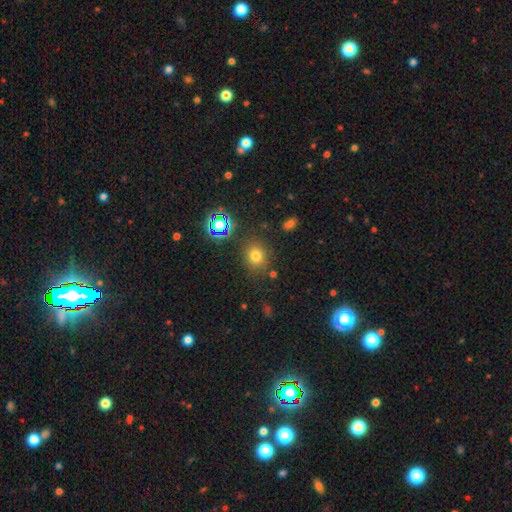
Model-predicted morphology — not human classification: Overall: smooth (71%). How rounded: round (75%). Merging: none (80%).